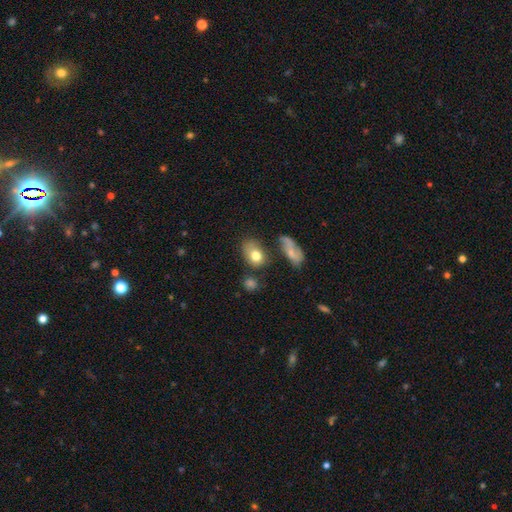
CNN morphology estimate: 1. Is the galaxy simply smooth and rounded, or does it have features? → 76% smooth, 14% featured or disk, 9% star or artifact.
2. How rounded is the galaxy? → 75% in between, 23% round, 2% cigar-shaped.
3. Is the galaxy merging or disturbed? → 51% none, 24% minor disturbance, 13% merger, 12% major disturbance.